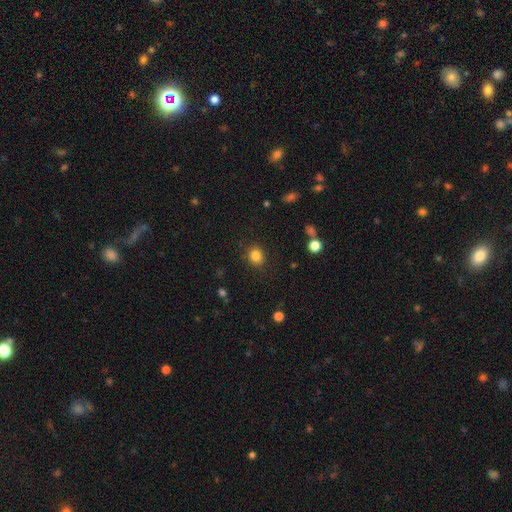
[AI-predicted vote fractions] Q: Smooth or featured?
A: smooth (83%); runner-up: star or artifact (11%)
Q: How rounded?
A: round (68%); runner-up: in between (31%)
Q: Merging?
A: none (86%); runner-up: minor disturbance (9%)